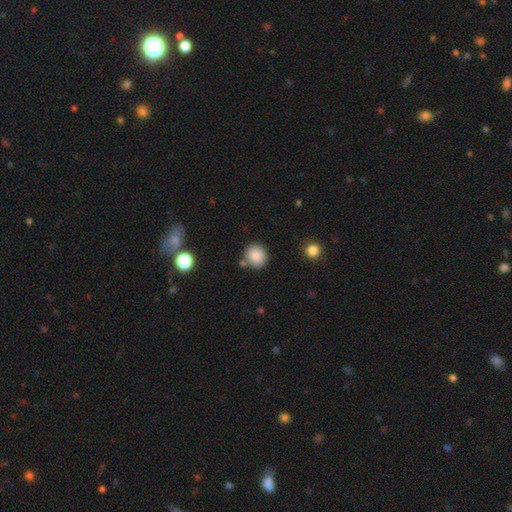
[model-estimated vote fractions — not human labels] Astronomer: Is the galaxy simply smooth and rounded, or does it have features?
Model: smooth — 86%.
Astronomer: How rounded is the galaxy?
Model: round — 90%.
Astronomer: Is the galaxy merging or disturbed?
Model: none — 78%.